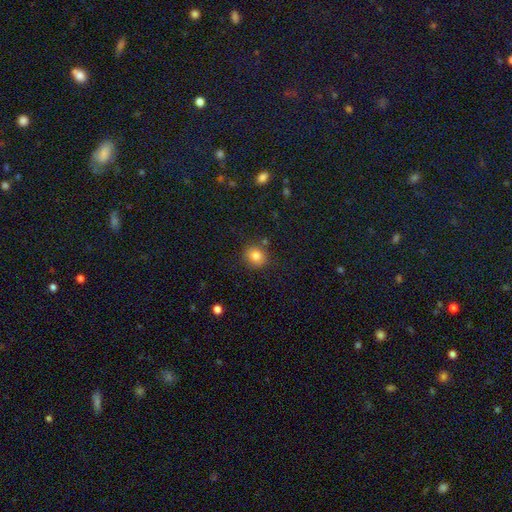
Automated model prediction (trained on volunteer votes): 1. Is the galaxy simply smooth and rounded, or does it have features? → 82% smooth, 11% star or artifact, 7% featured or disk.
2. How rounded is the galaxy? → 81% round, 19% in between, 1% cigar-shaped.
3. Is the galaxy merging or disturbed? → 82% none, 11% minor disturbance, 4% merger, 3% major disturbance.